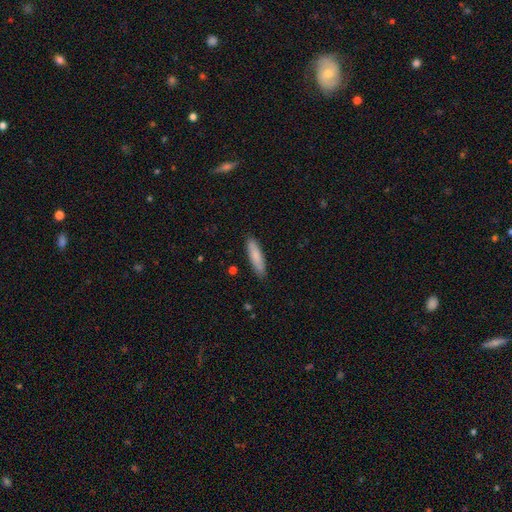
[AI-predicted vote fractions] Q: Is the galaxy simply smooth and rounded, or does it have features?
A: smooth — 83%.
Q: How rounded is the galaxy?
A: cigar-shaped — 74%.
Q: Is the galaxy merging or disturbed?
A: none — 87%.